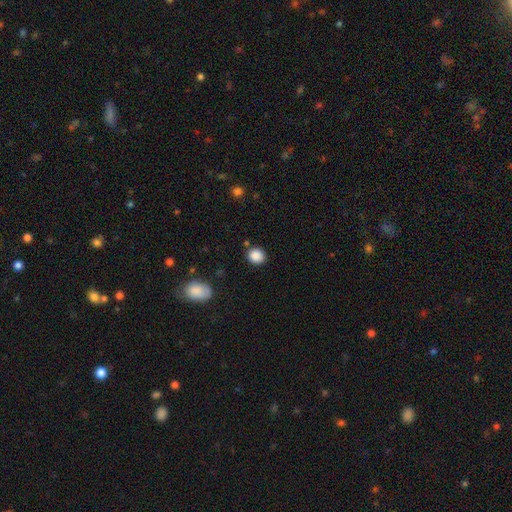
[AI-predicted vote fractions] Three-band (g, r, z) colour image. It shows a smooth galaxy with no disk features (88%) that is round (79%). Merging: none (84%).